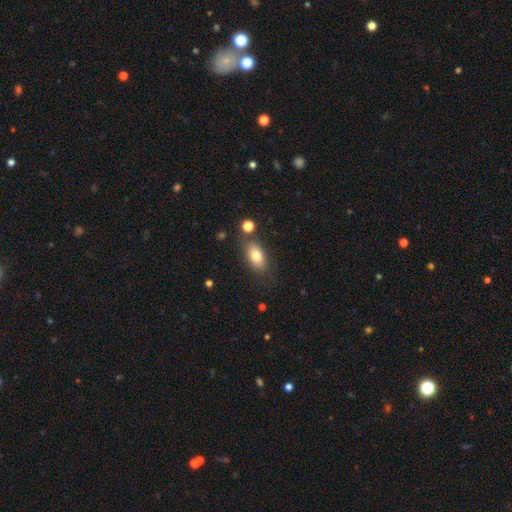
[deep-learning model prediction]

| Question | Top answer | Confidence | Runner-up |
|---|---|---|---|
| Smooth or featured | smooth | 79% | featured or disk (13%) |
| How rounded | in between | 88% | round (7%) |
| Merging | none | 73% | minor disturbance (15%) |